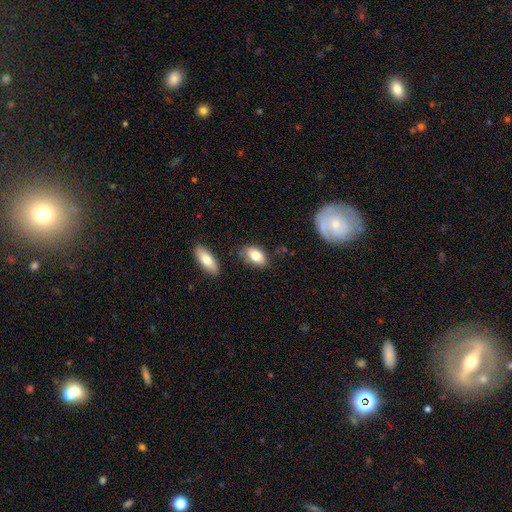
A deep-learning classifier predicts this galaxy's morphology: Smooth or featured? Predicted: smooth (p=0.81). How rounded? Predicted: in between (p=0.89). Merging? Predicted: none (p=0.71).